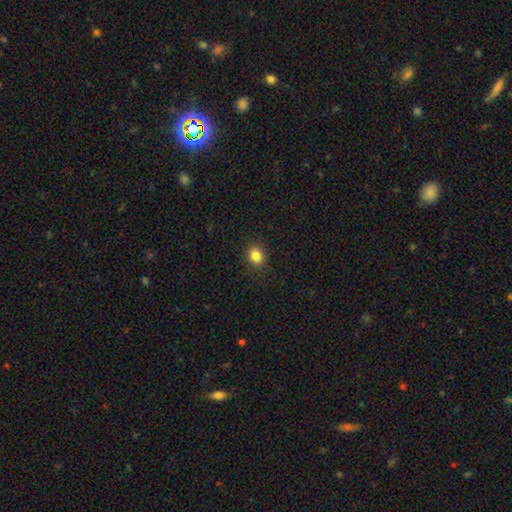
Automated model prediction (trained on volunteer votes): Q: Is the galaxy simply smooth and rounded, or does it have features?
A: smooth — 84%.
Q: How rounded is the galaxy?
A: round — 58%.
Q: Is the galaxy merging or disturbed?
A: none — 89%.